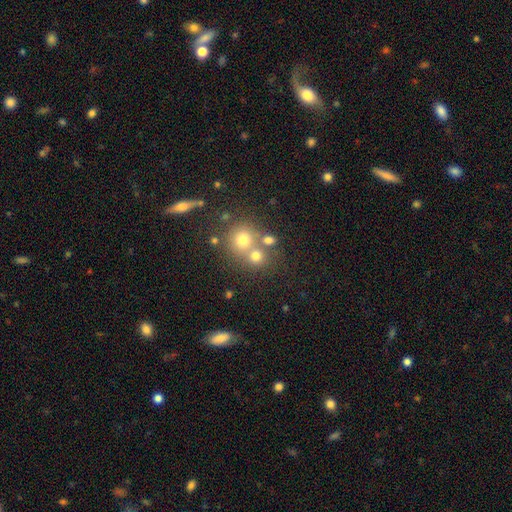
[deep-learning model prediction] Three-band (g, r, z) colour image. It shows a smooth galaxy with no disk features (69%) that is round (84%). Merging: none (52%).